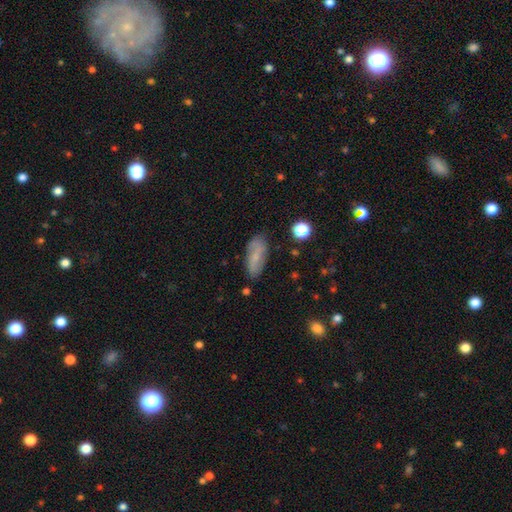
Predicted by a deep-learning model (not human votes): This appears to be a smooth galaxy with no disk features (57%) that is in between round and cigar-shaped (76%). Merging: none (80%).